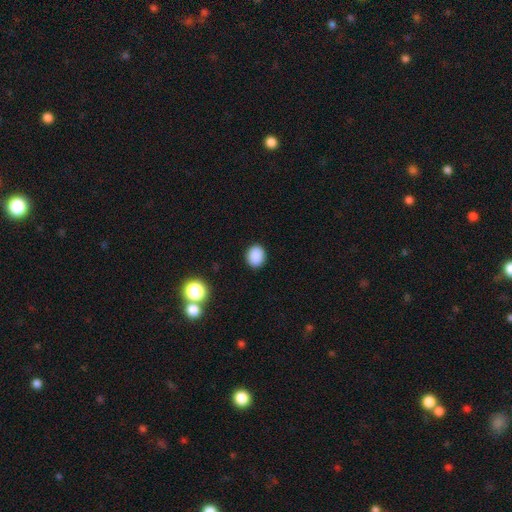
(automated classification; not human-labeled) This appears to be a smooth galaxy with no disk features (87%) that is round (52%). Merging: none (90%).